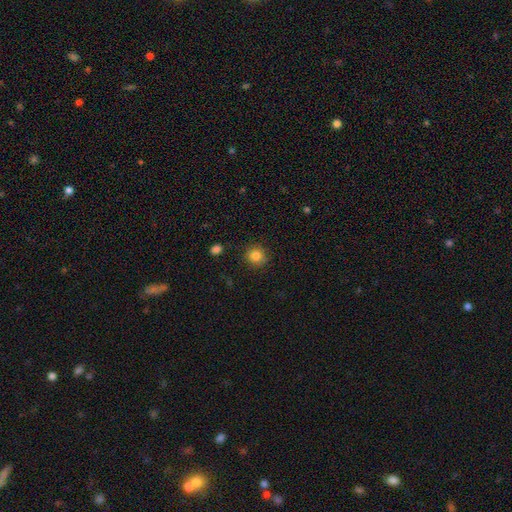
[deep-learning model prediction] Morphology: type=smooth (84%); roundness=round (90%); merging=none (87%).